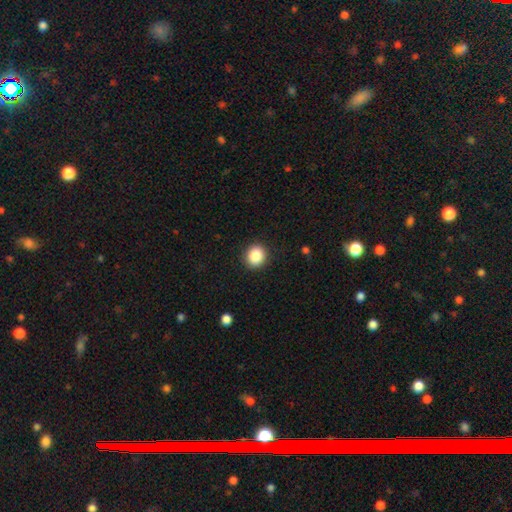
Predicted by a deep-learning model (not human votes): smooth-or-featured: smooth: 86% | star or artifact: 9% | featured or disk: 4%
  how-rounded: round: 85% | in between: 14% | cigar-shaped: 1%
  merging: none: 90% | minor disturbance: 7% | major disturbance: 2% | merger: 1%